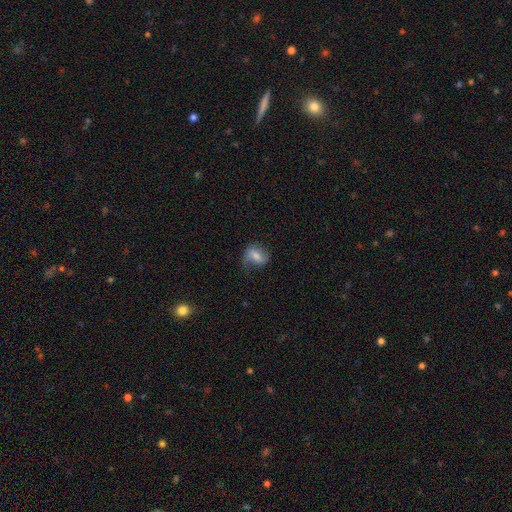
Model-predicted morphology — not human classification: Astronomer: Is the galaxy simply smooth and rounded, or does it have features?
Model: smooth — 54% (runner-up: featured or disk, 37%).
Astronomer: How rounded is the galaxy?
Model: in between — 70%.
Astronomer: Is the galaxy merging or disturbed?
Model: none — 56%.